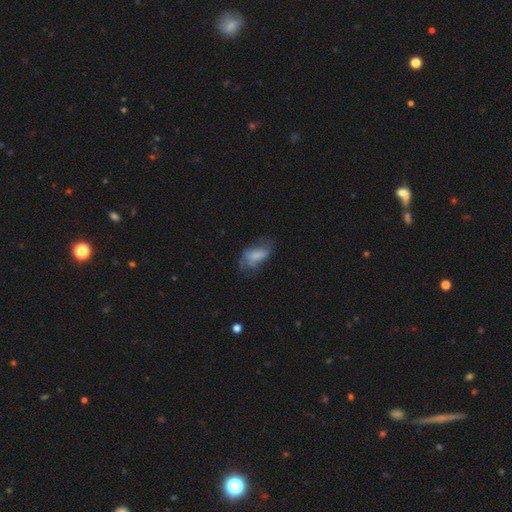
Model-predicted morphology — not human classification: Overall: smooth (58%; featured or disk 32%). How rounded: in between (88%). Merging: none (37%; major disturbance 33%).